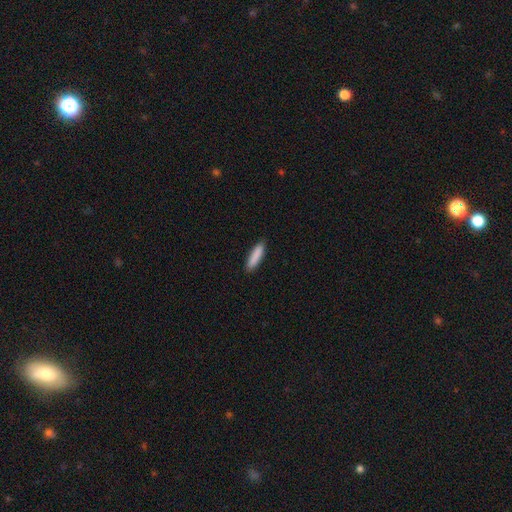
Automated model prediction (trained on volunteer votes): Smooth or featured? smooth (88%)
How rounded? cigar-shaped (77%)
Merging? none (88%)